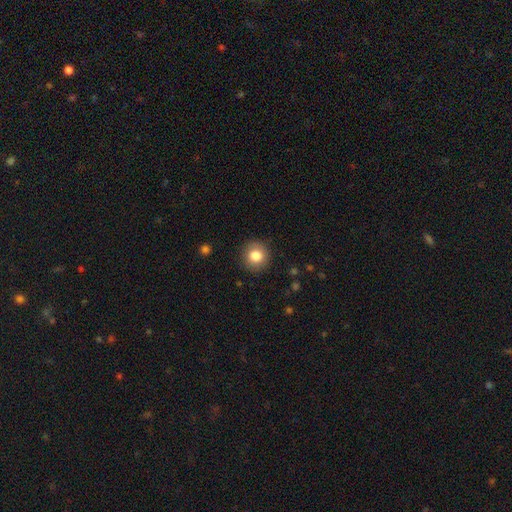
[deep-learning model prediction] A smooth galaxy with no disk features (82%) that is round (91%).

Vote fractions:
- Smooth or featured? smooth: 82% / star or artifact: 10% / featured or disk: 8%
- How rounded? round: 91% / in between: 8% / cigar-shaped: 1%
- Merging? none: 90% / minor disturbance: 7% / major disturbance: 2% / merger: 1%